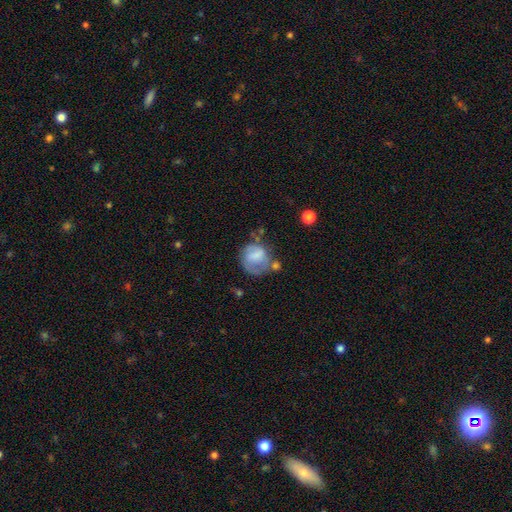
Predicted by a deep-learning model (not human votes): The model was most divided on "merging": none: 37%, minor disturbance: 27%, major disturbance: 25%, merger: 11%. More confident: how rounded — round (70%); smooth or featured — smooth (57%).